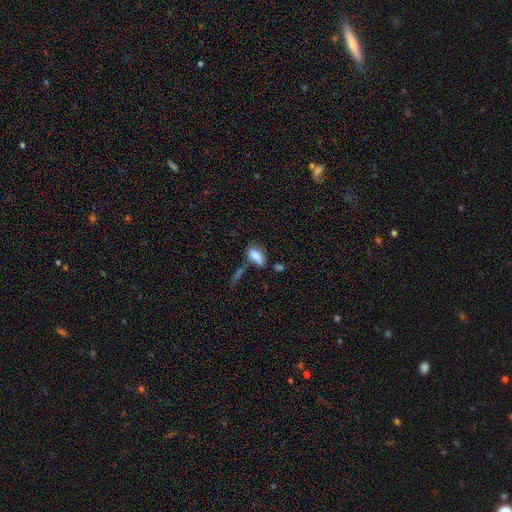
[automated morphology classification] Smooth or featured? Predicted: smooth (p=0.80). How rounded? Predicted: in between (p=0.86). Merging? Predicted: none (p=0.38).